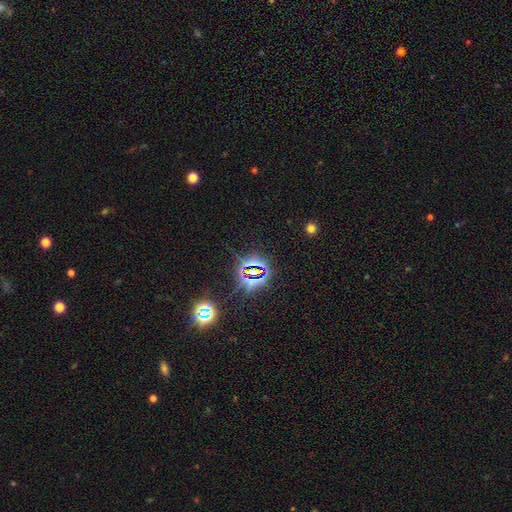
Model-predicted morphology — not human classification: star or artifact 80%, smooth 13%, featured or disk 7%.